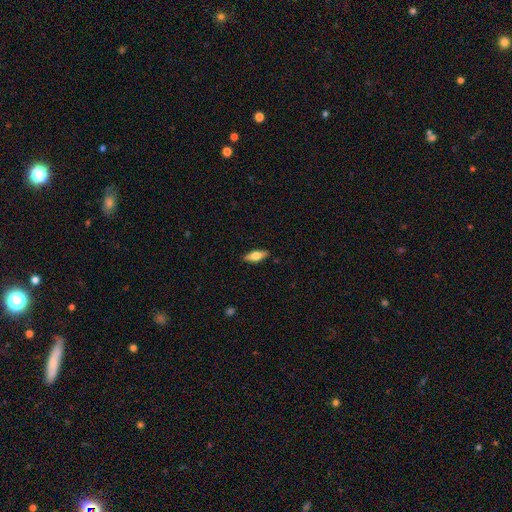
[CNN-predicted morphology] Smooth or featured: smooth — 61% (featured or disk — 33%)
How rounded: in between — 63% (cigar-shaped — 34%)
Merging: none — 88% (minor disturbance — 9%)